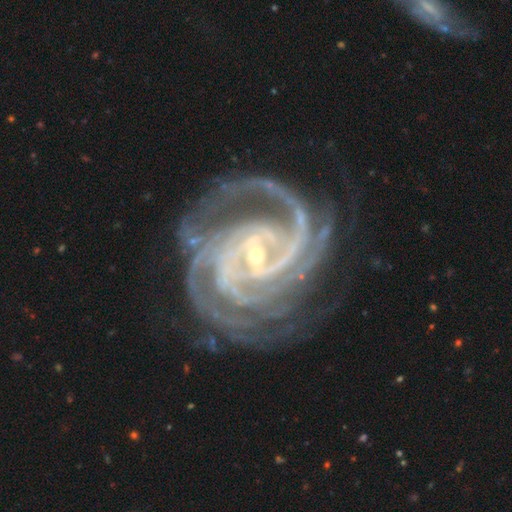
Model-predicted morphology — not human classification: Overall: featured or disk (93%). Edge-on disk: no (98%). Bar: weak (39%; strong 36%). Spiral arms: yes (99%). Spiral arm count: 3 (26%; 4 21%). Spiral winding: tight (67%; medium 29%). Bulge size: small (78%). Merging: none (71%).